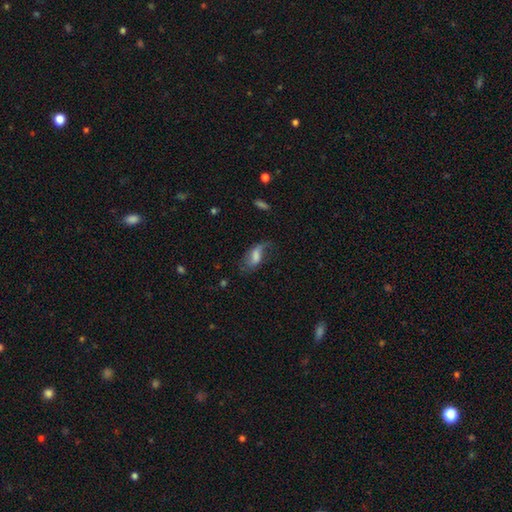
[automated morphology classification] A smooth galaxy with no disk features (50%).

Vote fractions:
- Smooth or featured? smooth: 50% / featured or disk: 41% / star or artifact: 9%
- Merging? none: 41% / major disturbance: 29% / minor disturbance: 27% / merger: 3%